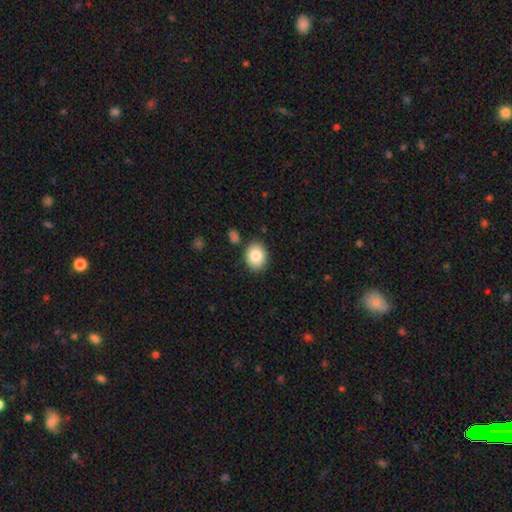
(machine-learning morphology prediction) The model was most divided on "how rounded": round: 54%, in between: 45%, cigar-shaped: 1%. More confident: merging — none (85%); smooth or featured — smooth (84%).